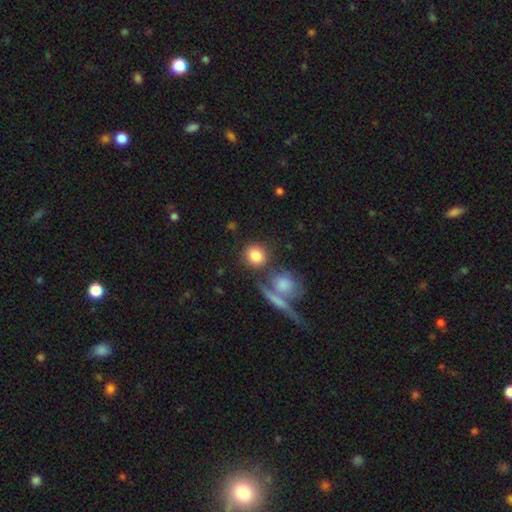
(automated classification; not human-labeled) smooth 82%, featured or disk 9%, star or artifact 9%. Down the decision tree: how rounded — round (86%); merging — none (70%).